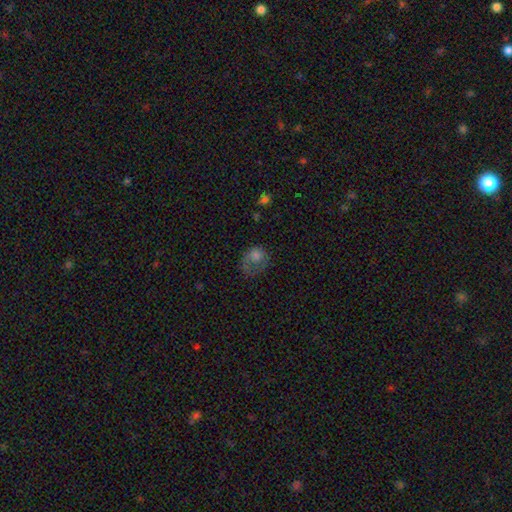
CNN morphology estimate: smooth_or_featured: smooth (p=0.65) [alt: featured or disk p=0.23]
how_rounded: round (p=0.53) [alt: in between p=0.46]
merging: major disturbance (p=0.44) [alt: none p=0.28]